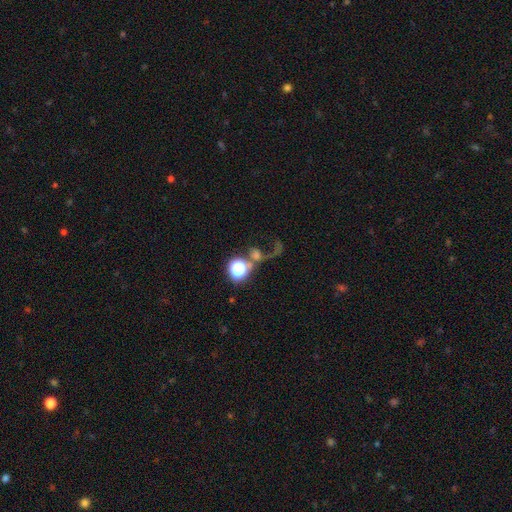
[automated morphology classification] Smooth or featured? star or artifact (37%)